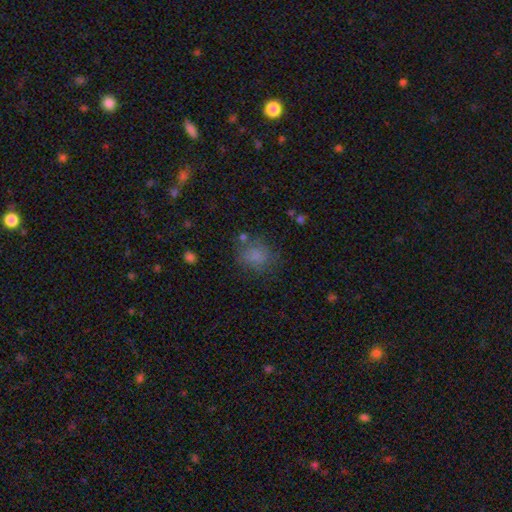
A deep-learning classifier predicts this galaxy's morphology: This is likely a smooth galaxy (78%). How rounded: likely round (63%). Merging: likely none (69%).